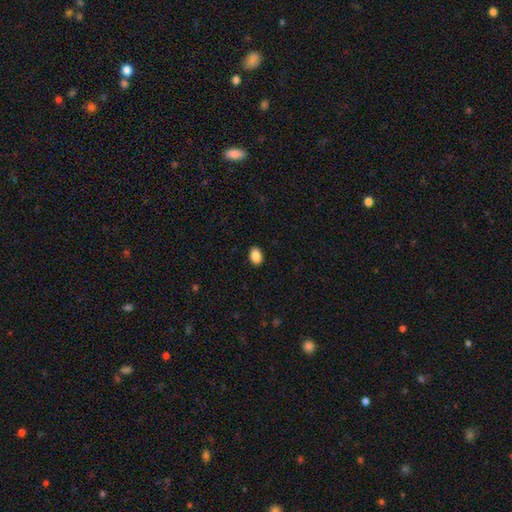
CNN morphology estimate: smooth-or-featured: smooth: 88% | star or artifact: 8% | featured or disk: 4%
  how-rounded: in between: 82% | round: 17% | cigar-shaped: 1%
  merging: none: 90% | minor disturbance: 7% | major disturbance: 2% | merger: 1%